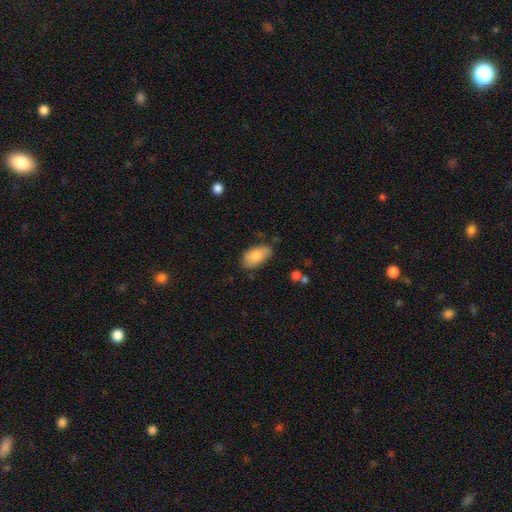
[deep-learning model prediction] A smooth galaxy with no disk features (80%) that is in between round and cigar-shaped (94%).

Vote fractions:
- Smooth or featured? smooth: 80% / featured or disk: 13% / star or artifact: 6%
- How rounded? in between: 94% / round: 4% / cigar-shaped: 3%
- Merging? none: 68% / minor disturbance: 25% / major disturbance: 5% / merger: 2%